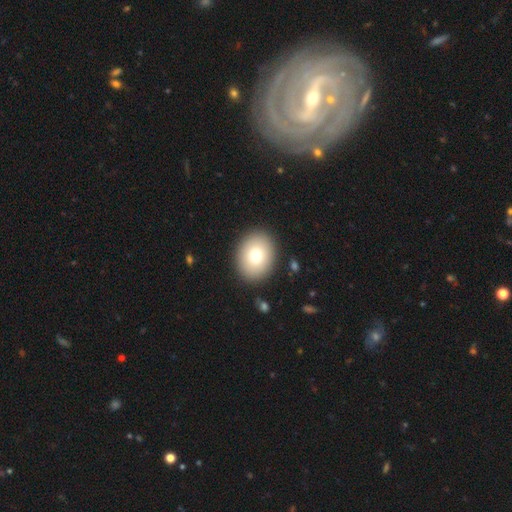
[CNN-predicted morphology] Overall: smooth (76%). How rounded: round (50%; in between 49%). Merging: none (90%).